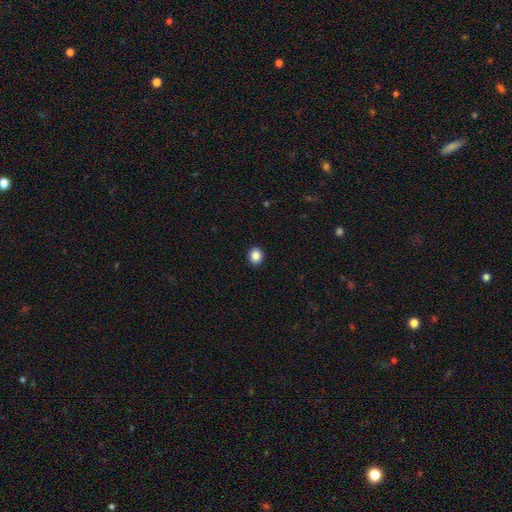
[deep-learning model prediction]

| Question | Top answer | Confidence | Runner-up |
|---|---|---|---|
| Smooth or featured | smooth | 86% | star or artifact (10%) |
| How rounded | round | 73% | in between (26%) |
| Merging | none | 92% | minor disturbance (5%) |